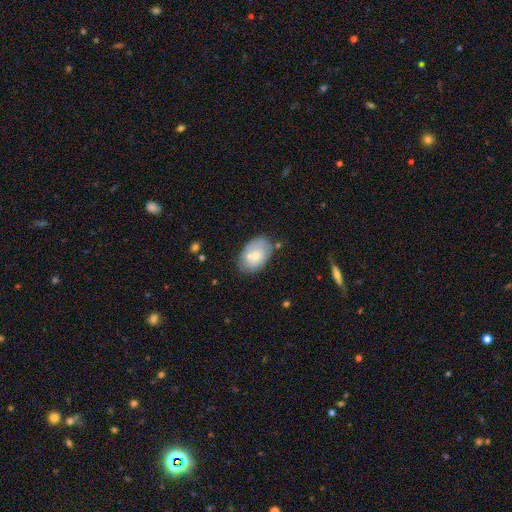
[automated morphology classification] The model was most divided on "smooth or featured": smooth: 61%, featured or disk: 32%, star or artifact: 7%. More confident: how rounded — in between (85%); merging — none (61%).